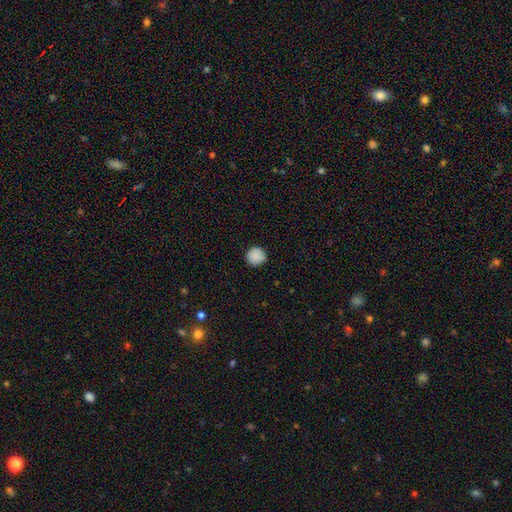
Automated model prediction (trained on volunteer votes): smooth_or_featured: smooth (p=0.88) [alt: star or artifact p=0.08]
how_rounded: round (p=0.95) [alt: in between p=0.04]
merging: none (p=0.90) [alt: minor disturbance p=0.07]